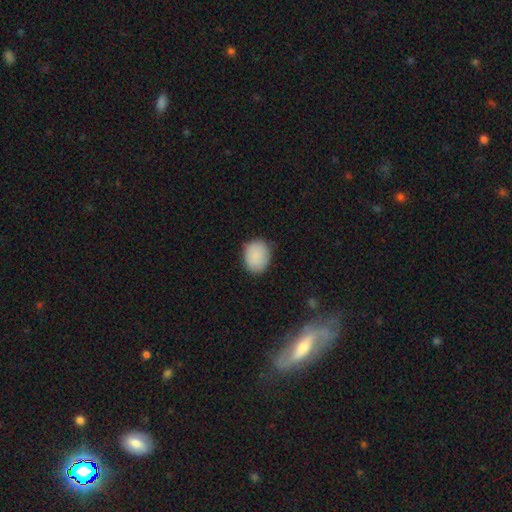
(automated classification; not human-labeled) Smooth or featured? Predicted: smooth (p=0.88). How rounded? Predicted: round (p=0.52). Merging? Predicted: none (p=0.80).